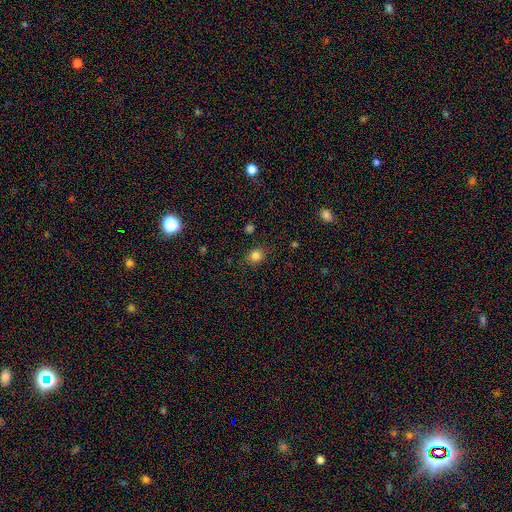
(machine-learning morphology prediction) Smooth or featured: smooth — 82% (star or artifact — 13%)
How rounded: round — 71% (in between — 29%)
Merging: none — 84% (minor disturbance — 11%)